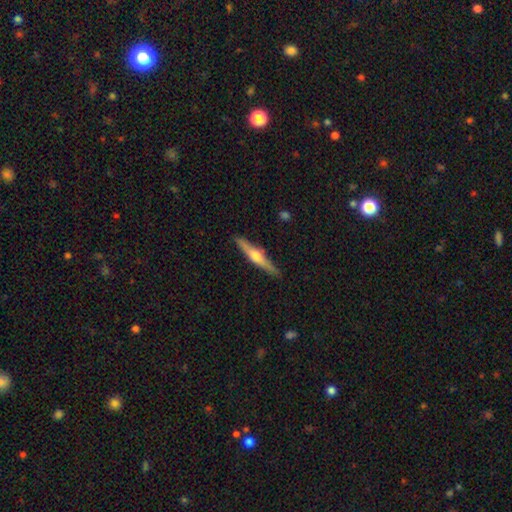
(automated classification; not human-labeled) Morphology: type=featured or disk (67%); edge-on=yes (97%); edge-on bulge=rounded (91%); merging=none (89%).